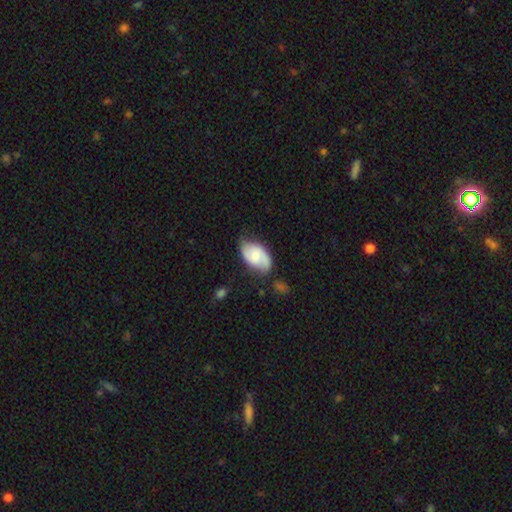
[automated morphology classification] Overall: featured or disk (55%; smooth 39%). Edge-on disk: no (96%). Bar: no (47%; weak 43%). Spiral arms: yes (88%). Bulge size: moderate (43%; small 34%). Merging: none (64%; minor disturbance 26%).